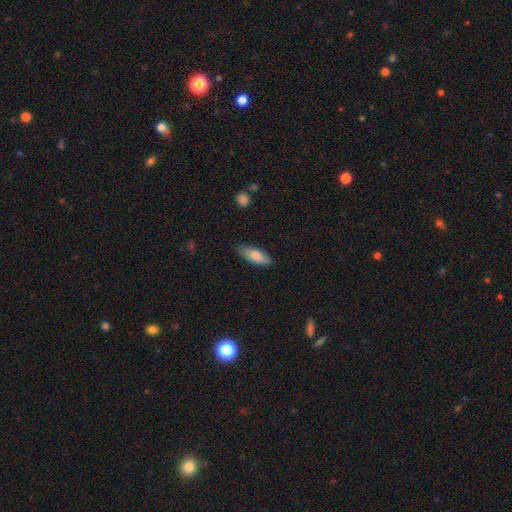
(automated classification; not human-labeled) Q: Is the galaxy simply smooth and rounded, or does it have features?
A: smooth — 78%.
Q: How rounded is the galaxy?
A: in between — 73%.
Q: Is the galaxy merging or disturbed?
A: none — 78%.